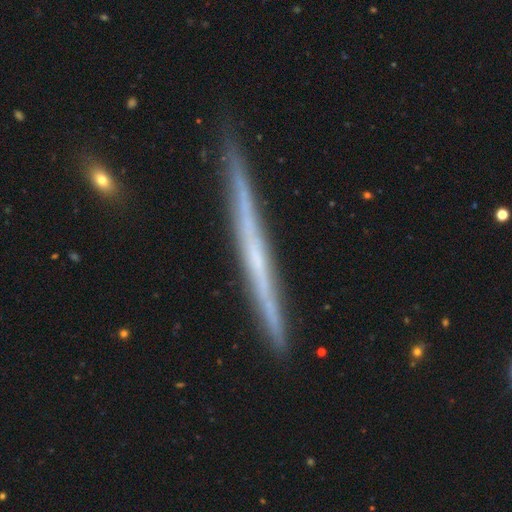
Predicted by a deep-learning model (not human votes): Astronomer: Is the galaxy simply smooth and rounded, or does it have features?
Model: featured or disk — 70%.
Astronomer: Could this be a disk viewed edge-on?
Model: yes — 98%.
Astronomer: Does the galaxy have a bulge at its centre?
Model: none — 85%.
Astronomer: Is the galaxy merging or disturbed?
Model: none — 89%.